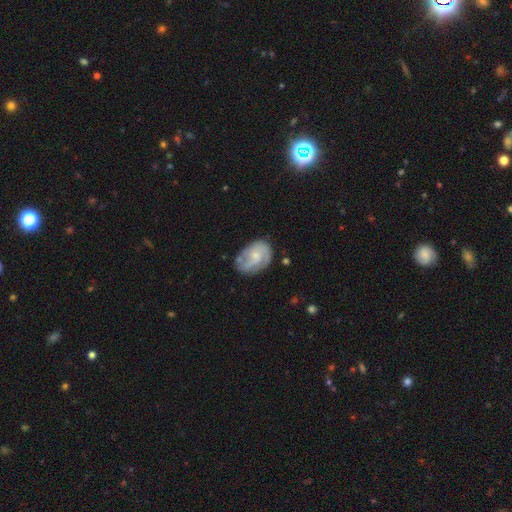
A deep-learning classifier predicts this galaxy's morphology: type=featured or disk (69%); edge-on=no (97%); bar=no (65%); spiral arms=yes (87%); winding=medium (43%); arm count=2 (53%); bulge=small (60%); merging=none (62%).